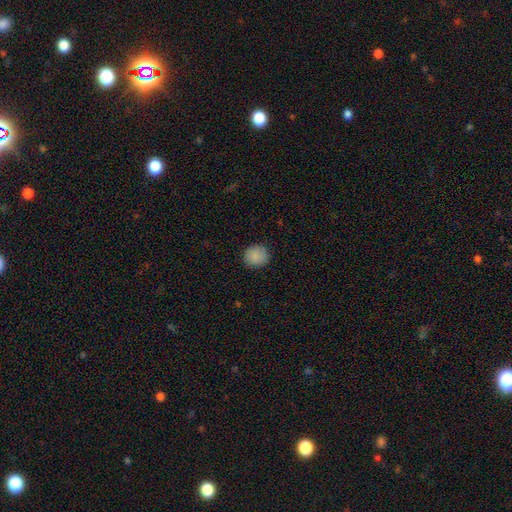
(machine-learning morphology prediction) A smooth galaxy with no disk features (88%) that is round (87%).

Vote fractions:
- Smooth or featured? smooth: 88% / star or artifact: 8% / featured or disk: 5%
- How rounded? round: 87% / in between: 13% / cigar-shaped: 1%
- Merging? none: 87% / minor disturbance: 10% / major disturbance: 2% / merger: 1%